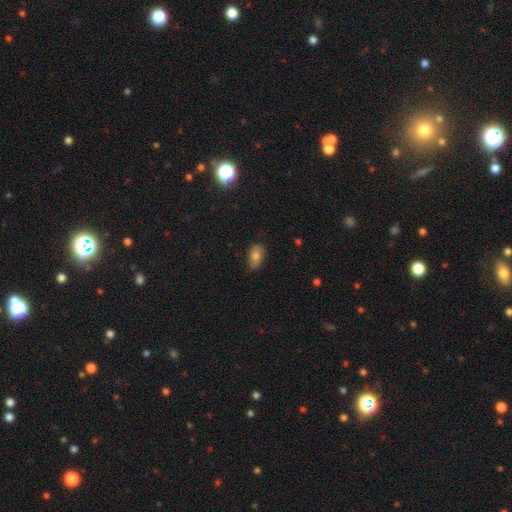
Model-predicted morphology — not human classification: A smooth galaxy with no disk features (79%) that is in between round and cigar-shaped (91%). Merging: none (78%).